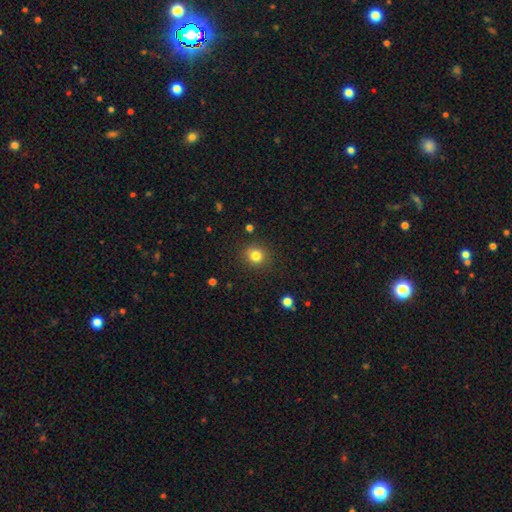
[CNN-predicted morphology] Smooth or featured? Predicted: smooth (p=0.82). How rounded? Predicted: round (p=0.86). Merging? Predicted: none (p=0.88).